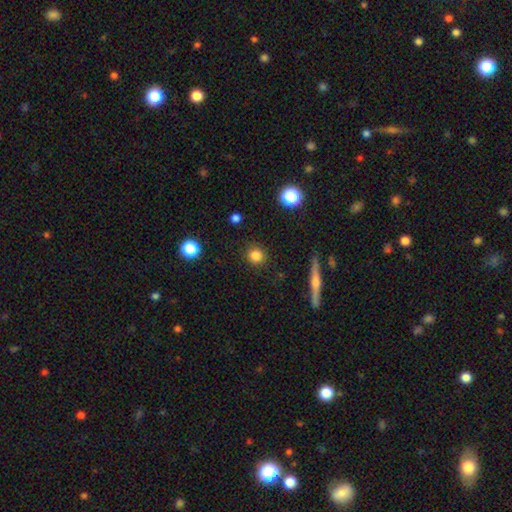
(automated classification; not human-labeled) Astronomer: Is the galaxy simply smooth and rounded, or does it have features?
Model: smooth — 83%.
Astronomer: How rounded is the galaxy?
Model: round — 91%.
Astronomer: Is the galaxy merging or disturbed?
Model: none — 89%.